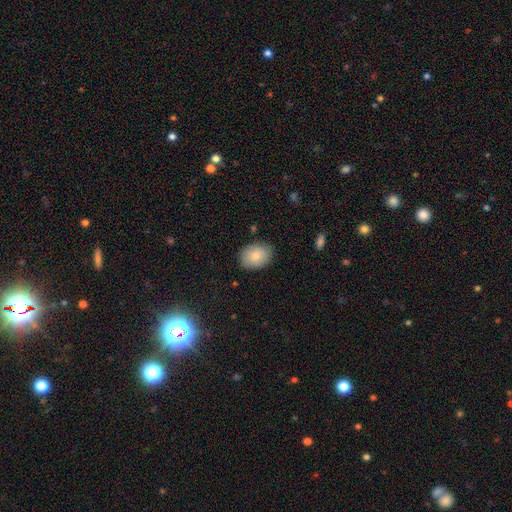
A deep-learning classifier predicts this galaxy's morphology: A smooth galaxy with no disk features (84%) that is in between round and cigar-shaped (76%).

Vote fractions:
- Smooth or featured? smooth: 84% / featured or disk: 9% / star or artifact: 7%
- How rounded? in between: 76% / round: 23% / cigar-shaped: 1%
- Merging? none: 84% / minor disturbance: 12% / major disturbance: 3% / merger: 1%